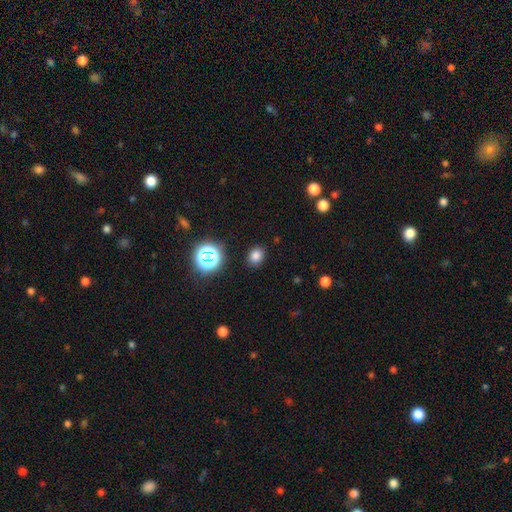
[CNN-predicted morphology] smooth-or-featured: smooth: 77% | star or artifact: 18% | featured or disk: 5%
  how-rounded: round: 52% | in between: 47% | cigar-shaped: 1%
  merging: none: 87% | minor disturbance: 9% | major disturbance: 3% | merger: 2%